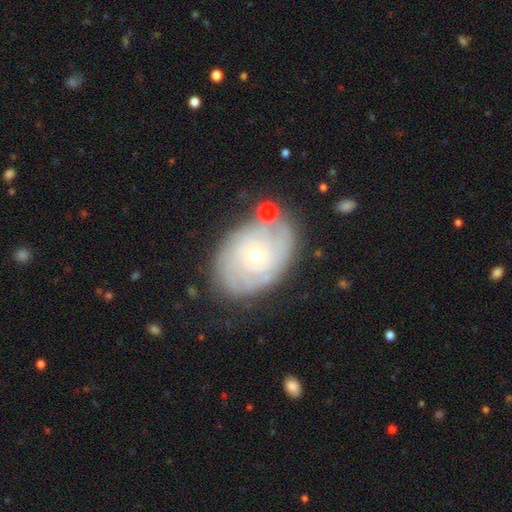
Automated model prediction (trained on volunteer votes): A featured or disk galaxy (73%) with no bar (82%), tight (77%) spiral arms (83%) and a small central bulge (52%).

Vote fractions:
- Smooth or featured? featured or disk: 73% / smooth: 19% / star or artifact: 7%
- Edge-on disk? no: 96% / yes: 4%
- Bar? no: 82% / weak: 15% / strong: 3%
- Spiral arms? yes: 83% / no: 17%
- Spiral winding? tight: 77% / medium: 17% / loose: 6%
- Spiral arm count? can't tell: 49% / 2: 18% / 3: 13% / 4: 10% / more than 4: 6% / 1: 5%
- Bulge size? small: 52% / moderate: 45% / large: 2% / dominant: 1% / none: 1%
- Merging? none: 75% / minor disturbance: 16% / major disturbance: 5% / merger: 4%